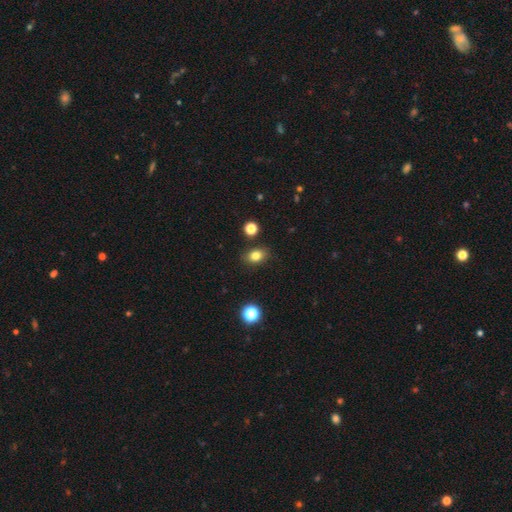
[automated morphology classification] A smooth galaxy with no disk features (81%) that is in between round and cigar-shaped (67%). Merging: none (84%).